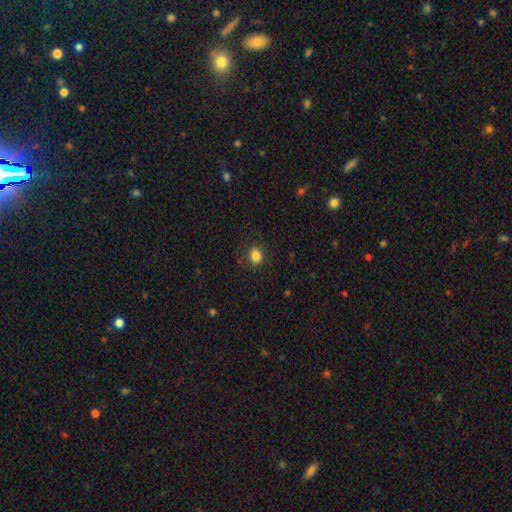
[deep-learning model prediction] Smooth or featured: smooth — 84% (star or artifact — 11%)
How rounded: round — 59% (in between — 40%)
Merging: none — 84% (minor disturbance — 12%)